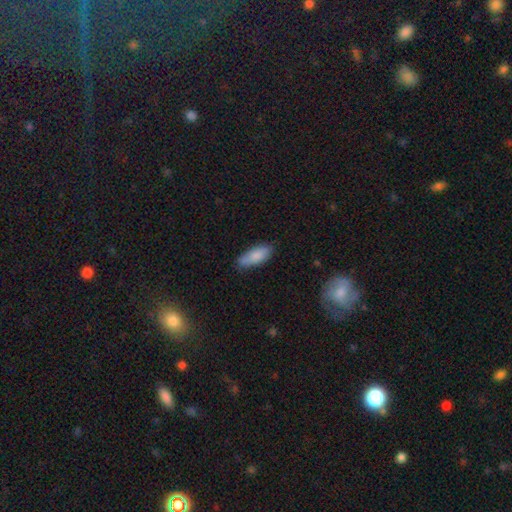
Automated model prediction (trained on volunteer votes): A smooth galaxy with no disk features (84%) that is in between round and cigar-shaped (75%).

Vote fractions:
- Smooth or featured? smooth: 84% / featured or disk: 10% / star or artifact: 6%
- How rounded? in between: 75% / cigar-shaped: 23% / round: 2%
- Merging? none: 77% / minor disturbance: 18% / major disturbance: 3% / merger: 2%